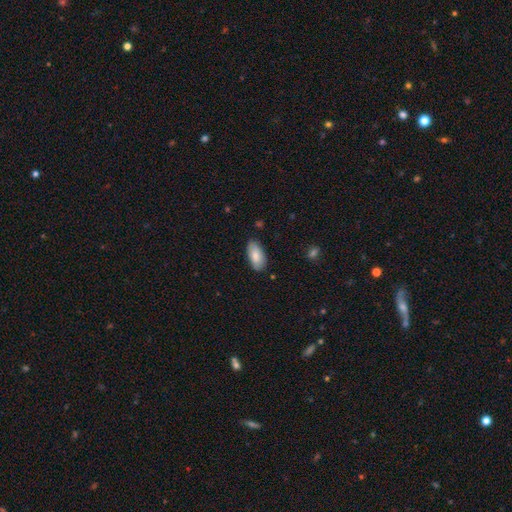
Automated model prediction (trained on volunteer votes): Smooth or featured? Predicted: smooth (p=0.82). How rounded? Predicted: in between (p=0.92). Merging? Predicted: none (p=0.81).